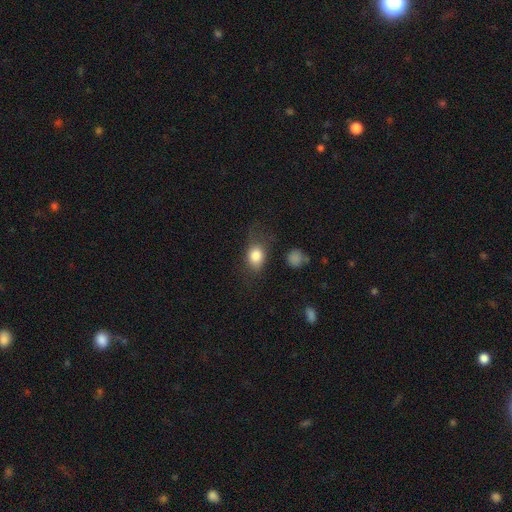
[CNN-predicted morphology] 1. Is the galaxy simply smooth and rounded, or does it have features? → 83% smooth, 9% star or artifact, 9% featured or disk.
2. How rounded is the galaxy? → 63% in between, 35% round, 2% cigar-shaped.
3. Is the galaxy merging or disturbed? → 59% none, 24% minor disturbance, 14% major disturbance, 3% merger.